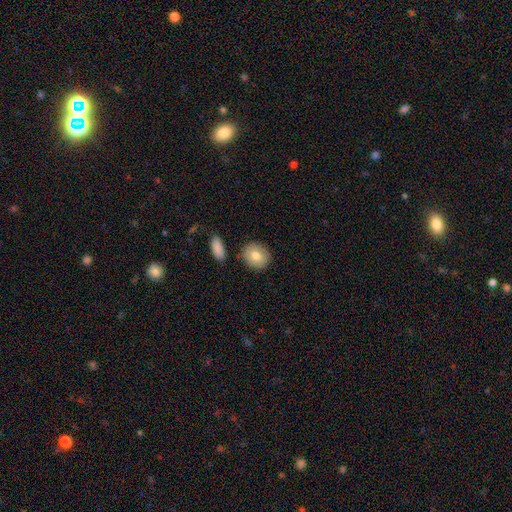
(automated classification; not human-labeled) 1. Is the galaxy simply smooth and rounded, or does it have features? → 77% smooth, 16% featured or disk, 7% star or artifact.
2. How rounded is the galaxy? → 66% round, 33% in between, 1% cigar-shaped.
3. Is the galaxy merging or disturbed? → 83% none, 10% minor disturbance, 4% merger, 3% major disturbance.